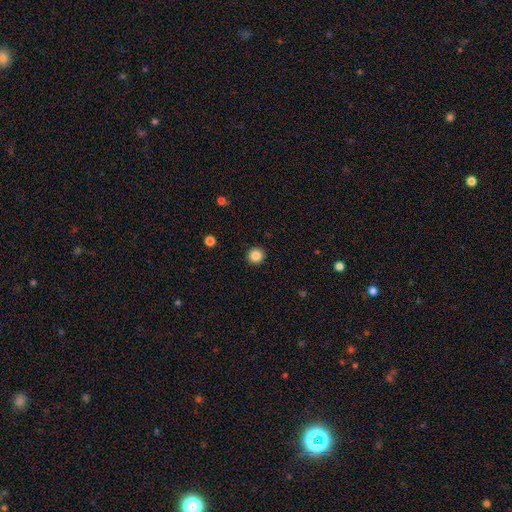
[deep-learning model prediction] Overall: smooth (85%). How rounded: round (95%). Merging: none (93%).